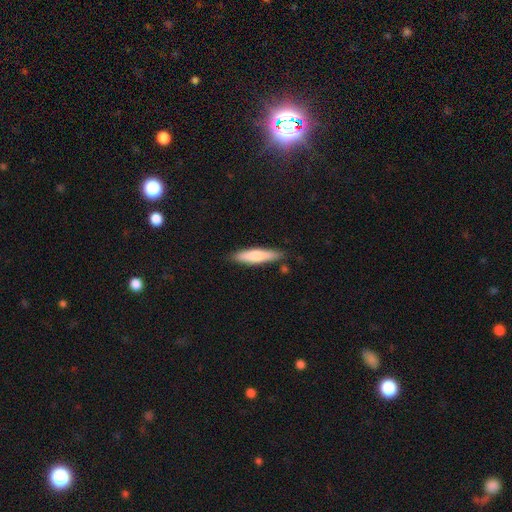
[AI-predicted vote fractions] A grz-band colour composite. It shows a smooth galaxy with no disk features (74%) that is cigar-shaped (77%). Merging: none (83%).